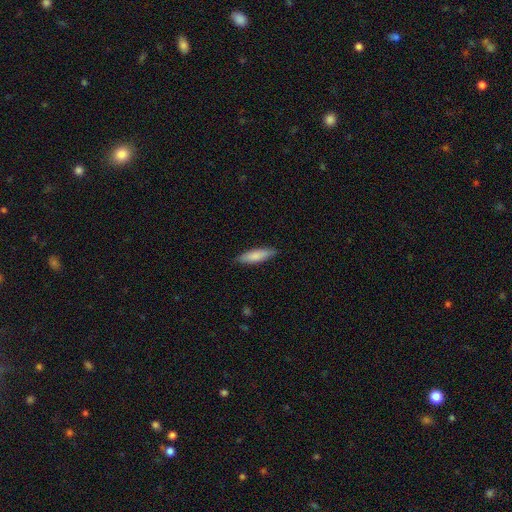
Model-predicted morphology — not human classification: smooth 81%, featured or disk 13%, star or artifact 5%. Down the decision tree: how rounded — cigar-shaped (64%); merging — none (87%).